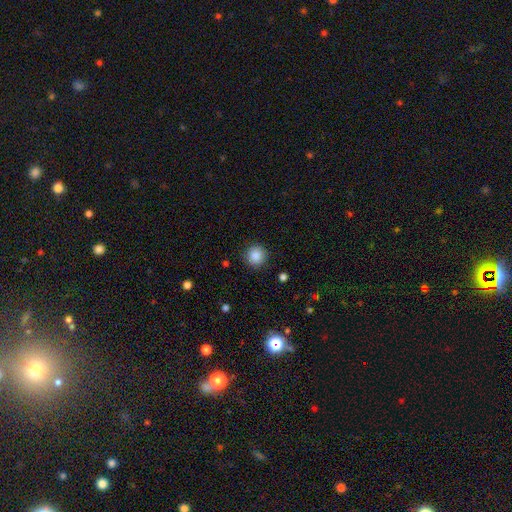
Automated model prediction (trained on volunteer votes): Q: Smooth or featured?
A: smooth (87%); runner-up: star or artifact (9%)
Q: How rounded?
A: round (95%); runner-up: in between (5%)
Q: Merging?
A: none (90%); runner-up: minor disturbance (6%)